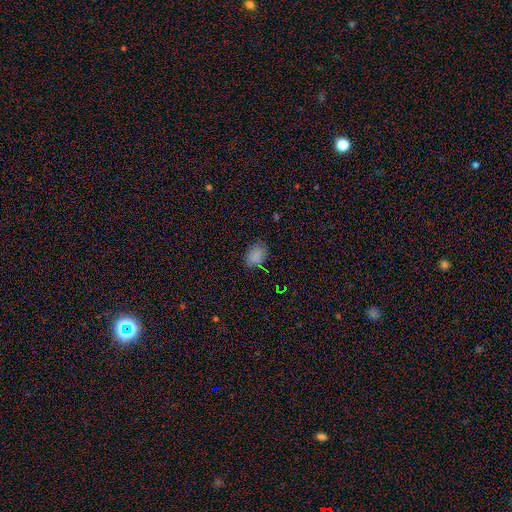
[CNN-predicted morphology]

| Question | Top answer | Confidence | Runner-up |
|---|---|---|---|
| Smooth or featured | smooth | 80% | star or artifact (15%) |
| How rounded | in between | 77% | round (22%) |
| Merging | none | 78% | minor disturbance (17%) |